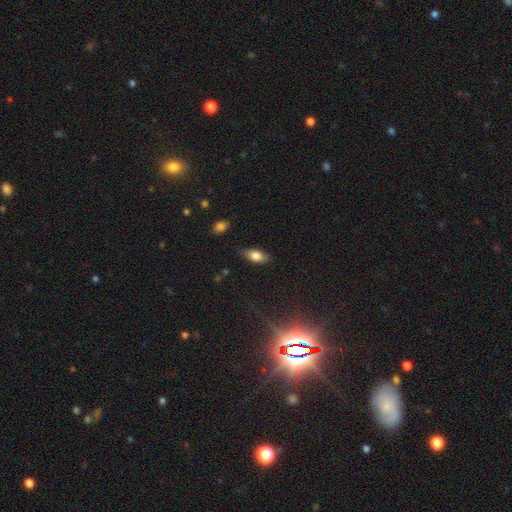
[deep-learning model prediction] smooth_or_featured: smooth (p=0.78) [alt: featured or disk p=0.14]
how_rounded: in between (p=0.87) [alt: cigar-shaped p=0.10]
merging: none (p=0.84) [alt: minor disturbance p=0.13]